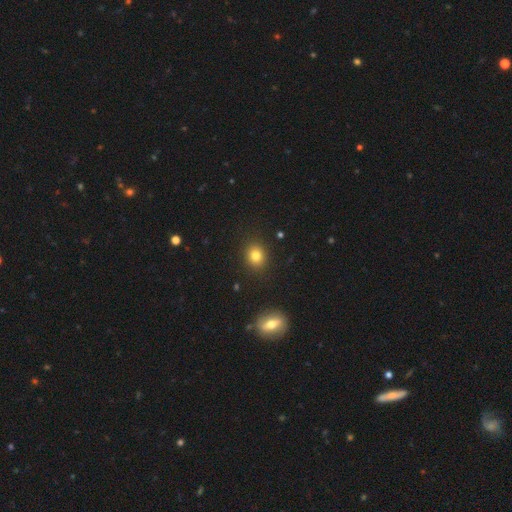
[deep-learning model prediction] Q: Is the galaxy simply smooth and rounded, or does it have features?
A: smooth — 80%.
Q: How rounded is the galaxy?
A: round — 73%.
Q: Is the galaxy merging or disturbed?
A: none — 89%.